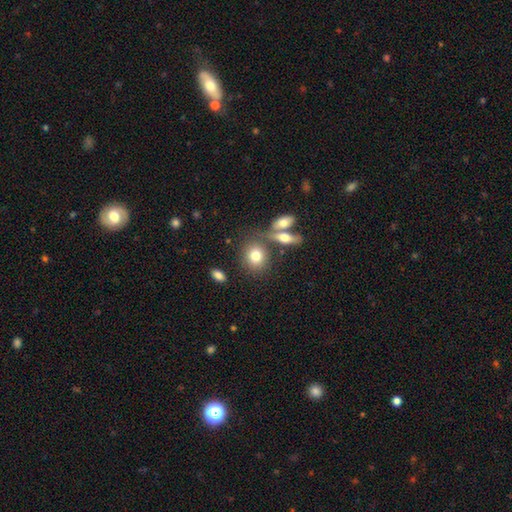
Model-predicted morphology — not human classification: smooth_or_featured: smooth (p=0.77) [alt: featured or disk p=0.14]
how_rounded: round (p=0.58) [alt: in between p=0.40]
merging: none (p=0.62) [alt: merger p=0.22]